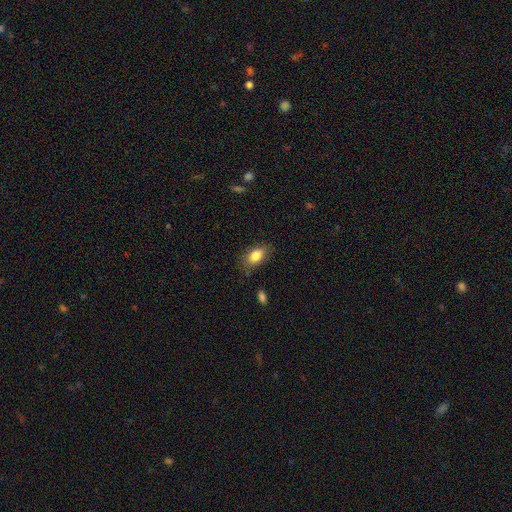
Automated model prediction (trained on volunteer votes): Overall: smooth (83%). How rounded: in between (87%). Merging: none (77%).